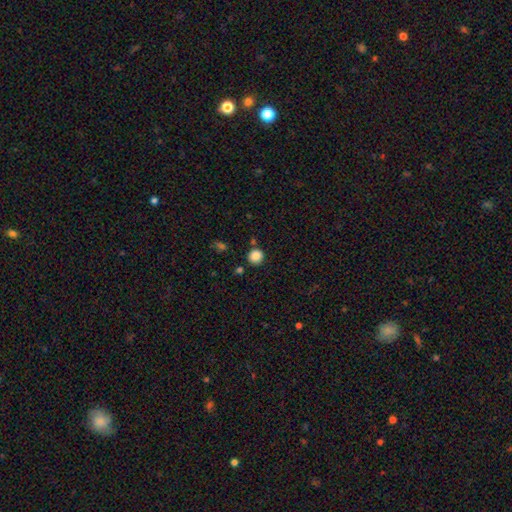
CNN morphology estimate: Overall: smooth (86%). How rounded: round (93%). Merging: none (84%).